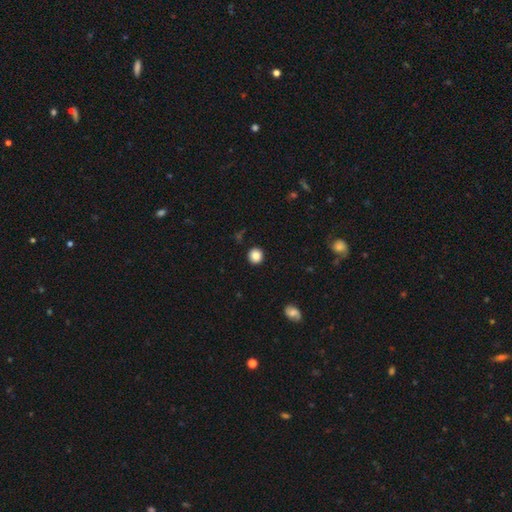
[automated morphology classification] Overall: smooth (86%). How rounded: round (91%). Merging: none (91%).